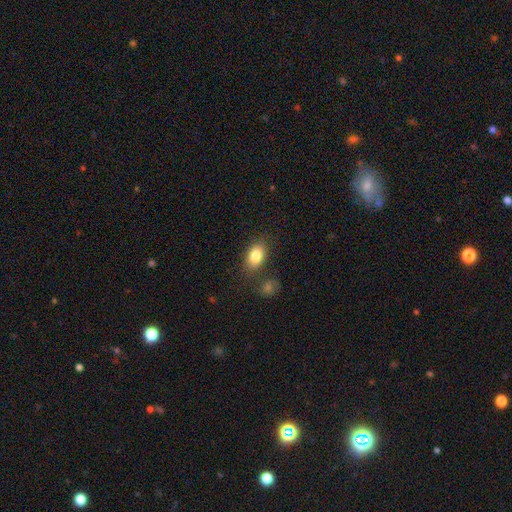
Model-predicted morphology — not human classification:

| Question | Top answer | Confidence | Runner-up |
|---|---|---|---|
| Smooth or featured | smooth | 83% | featured or disk (9%) |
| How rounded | in between | 84% | round (14%) |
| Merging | none | 77% | minor disturbance (13%) |